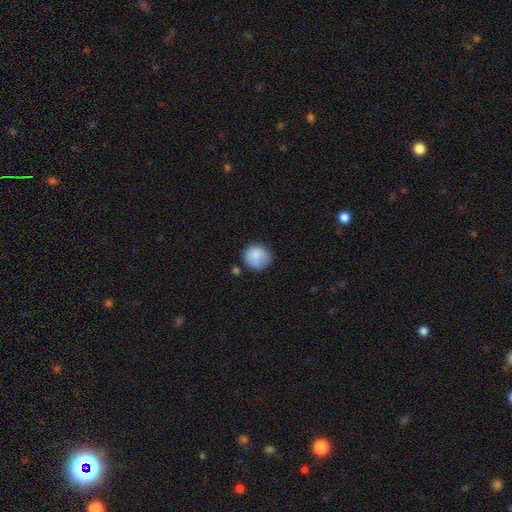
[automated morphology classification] Smooth or featured? smooth (84%)
How rounded? round (89%)
Merging? none (69%)